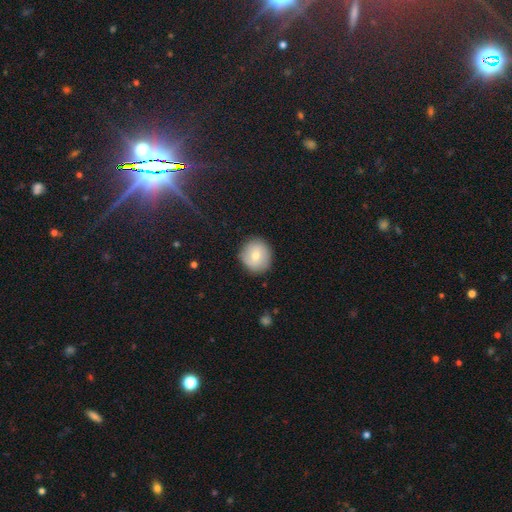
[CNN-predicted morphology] Smooth or featured?
  - smooth: 74% *
  - featured or disk: 18%
  - star or artifact: 8%
How rounded?
  - round: 91% *
  - in between: 8%
  - cigar-shaped: 1%
Merging?
  - none: 88% *
  - minor disturbance: 9%
  - major disturbance: 2%
  - merger: 1%